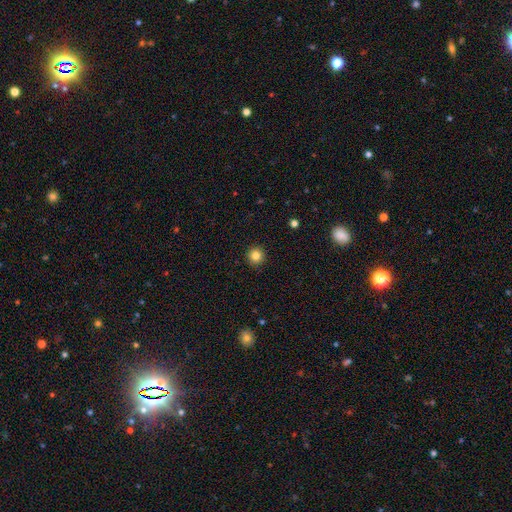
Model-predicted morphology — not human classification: smooth 83%, star or artifact 11%, featured or disk 5%. Down the decision tree: how rounded — round (95%); merging — none (93%).